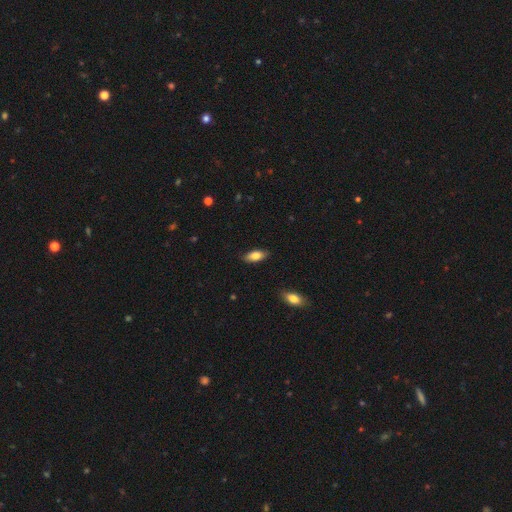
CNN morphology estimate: Smooth or featured: smooth — 81% (featured or disk — 12%)
How rounded: in between — 88% (cigar-shaped — 10%)
Merging: none — 86% (minor disturbance — 11%)